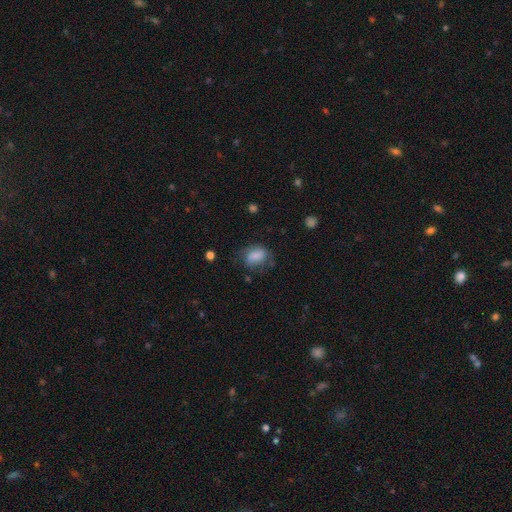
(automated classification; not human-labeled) Overall: smooth (78%). How rounded: in between (75%). Merging: none (55%; minor disturbance 28%).